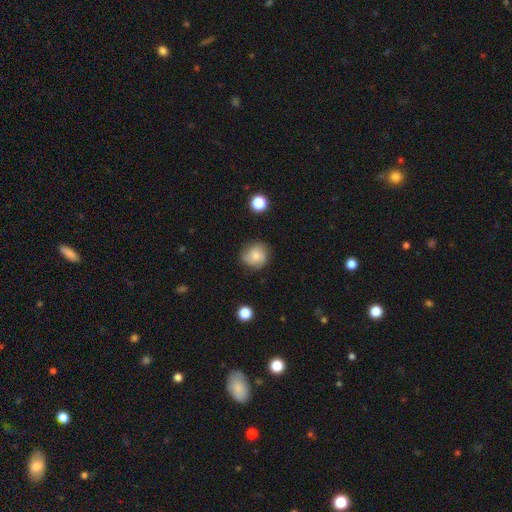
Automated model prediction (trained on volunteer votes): smooth_or_featured: smooth (p=0.72) [alt: featured or disk p=0.18]
how_rounded: round (p=0.85) [alt: in between p=0.14]
merging: none (p=0.68) [alt: minor disturbance p=0.24]